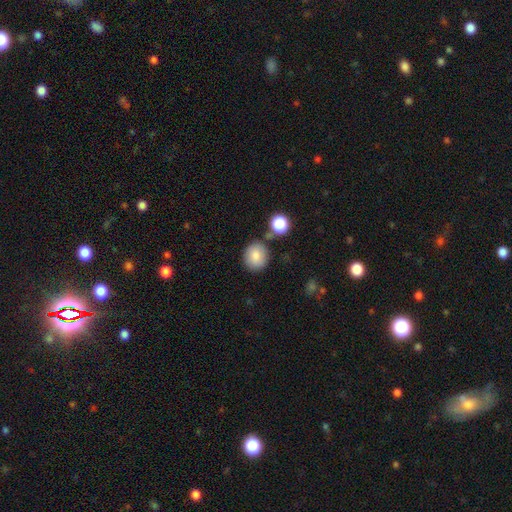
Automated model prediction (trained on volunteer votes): smooth_or_featured: smooth (p=0.84) [alt: star or artifact p=0.09]
how_rounded: round (p=0.77) [alt: in between p=0.22]
merging: none (p=0.77) [alt: minor disturbance p=0.12]